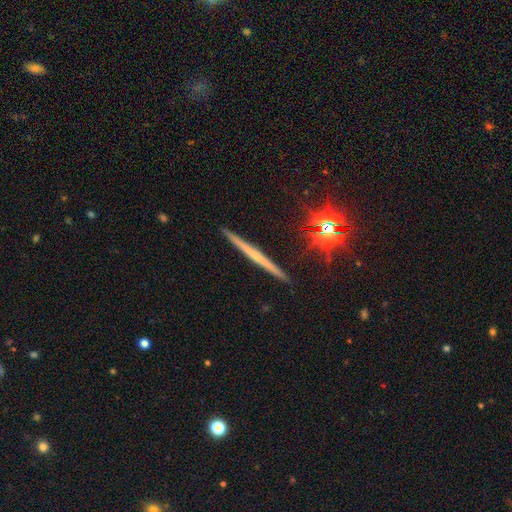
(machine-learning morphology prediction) A featured or disk galaxy (55%) viewed edge-on (98%) with no central bulge (78%). Merging: none (92%).